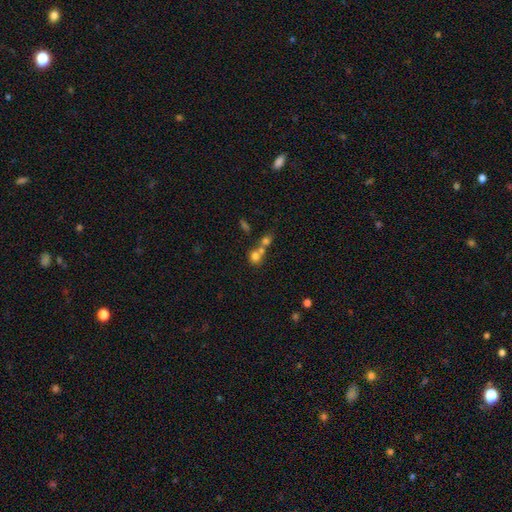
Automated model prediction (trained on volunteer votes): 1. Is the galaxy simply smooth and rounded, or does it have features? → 72% smooth, 14% star or artifact, 14% featured or disk.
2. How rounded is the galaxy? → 80% round, 19% in between, 1% cigar-shaped.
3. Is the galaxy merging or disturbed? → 53% merger, 37% none, 6% minor disturbance, 4% major disturbance.